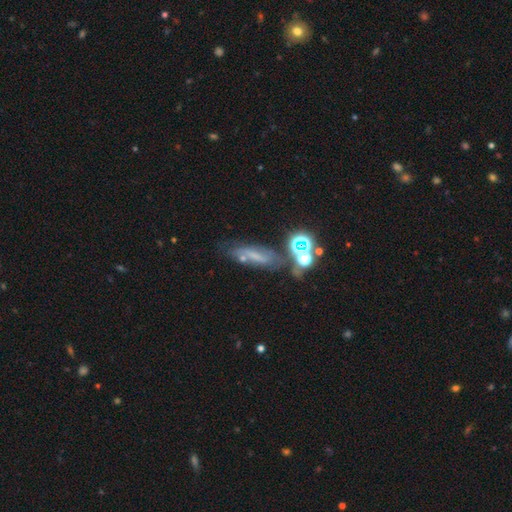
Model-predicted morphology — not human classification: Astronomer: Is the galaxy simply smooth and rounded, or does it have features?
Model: featured or disk — 41% (runner-up: smooth, 35%).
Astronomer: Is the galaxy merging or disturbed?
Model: none — 53%.